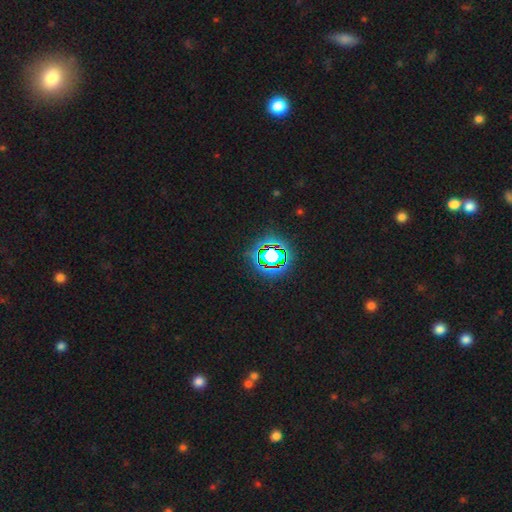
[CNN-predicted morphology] Smooth or featured? Predicted: star or artifact (p=0.80).